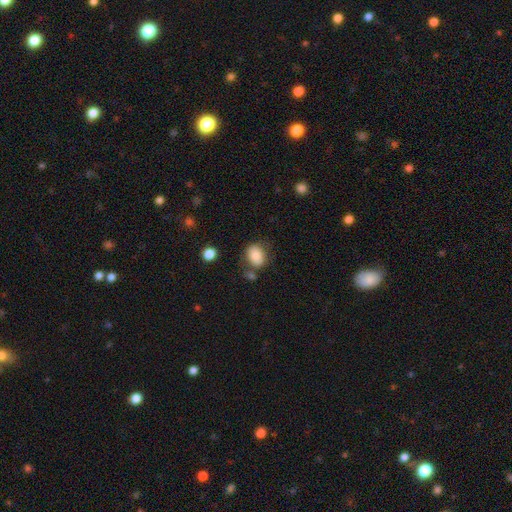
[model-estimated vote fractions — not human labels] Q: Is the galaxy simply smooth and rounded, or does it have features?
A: smooth — 82%.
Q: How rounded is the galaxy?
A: in between — 56%.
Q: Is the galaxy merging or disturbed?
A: none — 64%.